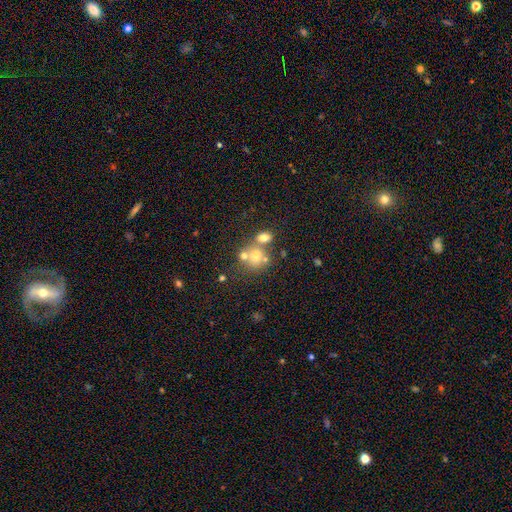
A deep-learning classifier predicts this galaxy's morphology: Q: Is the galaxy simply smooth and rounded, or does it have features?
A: smooth — 61%.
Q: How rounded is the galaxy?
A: round — 71%.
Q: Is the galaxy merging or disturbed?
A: merger — 47%.